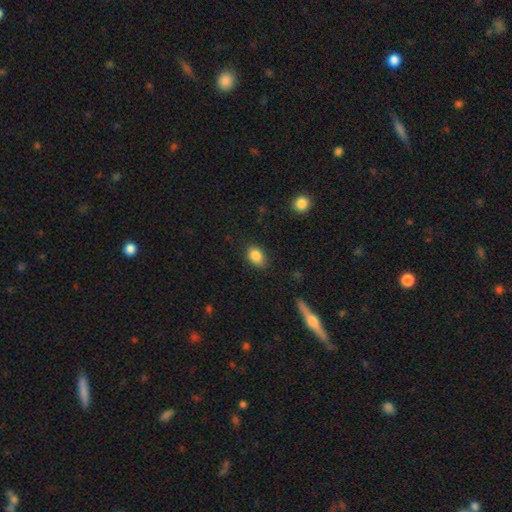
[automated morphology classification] This is clearly a smooth galaxy (86%). How rounded: likely in between (77%). Merging: clearly none (82%).